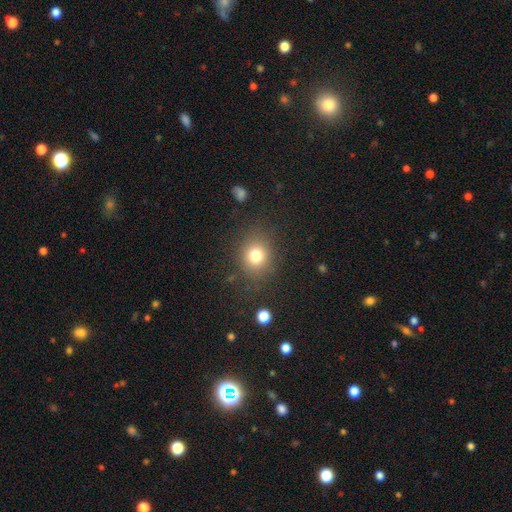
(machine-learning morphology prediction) Smooth or featured? smooth (78%)
How rounded? round (72%)
Merging? none (82%)